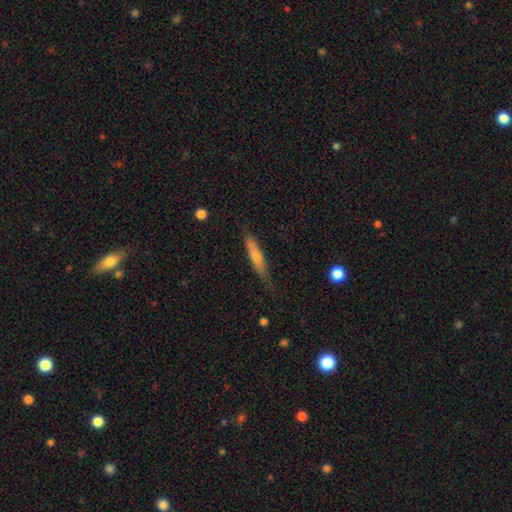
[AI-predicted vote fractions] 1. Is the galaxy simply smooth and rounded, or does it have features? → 65% smooth, 28% featured or disk, 6% star or artifact.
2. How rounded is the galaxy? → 86% cigar-shaped, 13% in between, 2% round.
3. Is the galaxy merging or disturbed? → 73% none, 21% minor disturbance, 4% major disturbance, 2% merger.